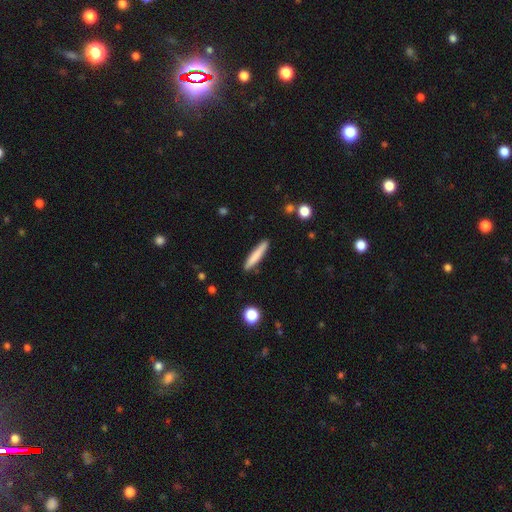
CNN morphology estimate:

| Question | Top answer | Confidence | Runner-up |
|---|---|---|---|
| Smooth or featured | smooth | 79% | featured or disk (16%) |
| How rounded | cigar-shaped | 93% | in between (6%) |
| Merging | none | 89% | minor disturbance (8%) |